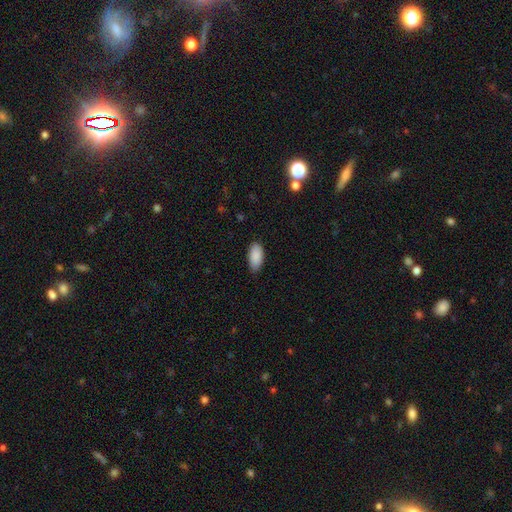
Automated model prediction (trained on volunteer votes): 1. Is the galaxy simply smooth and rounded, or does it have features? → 90% smooth, 6% star or artifact, 3% featured or disk.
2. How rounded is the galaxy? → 94% in between, 4% cigar-shaped, 2% round.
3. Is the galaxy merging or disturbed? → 83% none, 14% minor disturbance, 2% major disturbance, 1% merger.